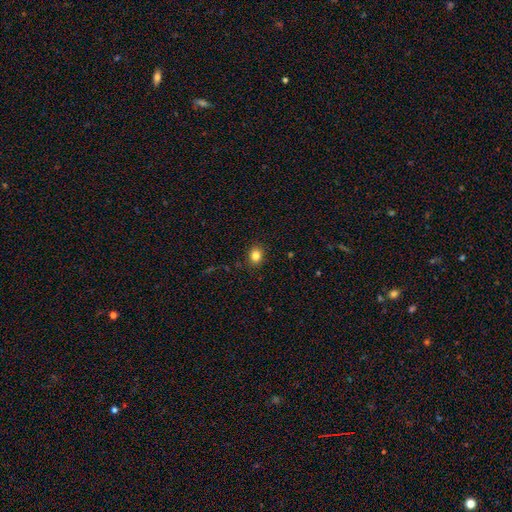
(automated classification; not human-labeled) smooth_or_featured: smooth (p=0.83) [alt: star or artifact p=0.12]
how_rounded: round (p=0.65) [alt: in between p=0.34]
merging: none (p=0.89) [alt: minor disturbance p=0.08]